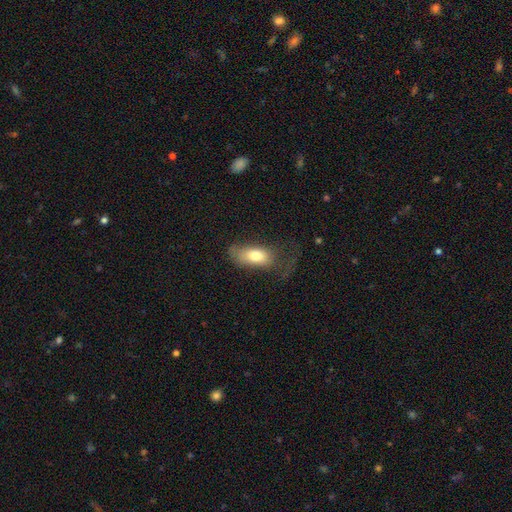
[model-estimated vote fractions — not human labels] smooth 74%, featured or disk 18%, star or artifact 8%. Down the decision tree: how rounded — in between (87%); merging — none (36%).